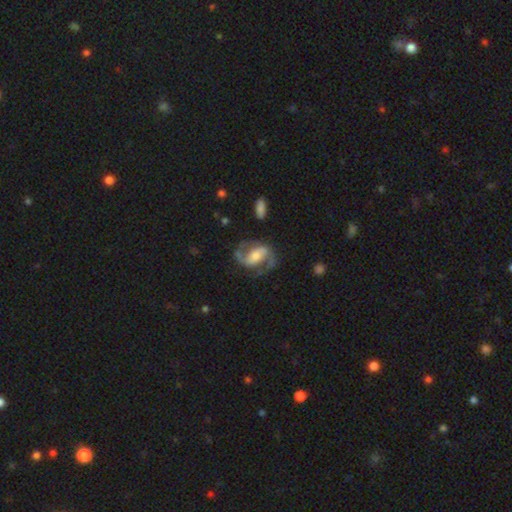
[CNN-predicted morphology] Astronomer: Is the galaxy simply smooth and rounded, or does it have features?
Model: featured or disk — 85%.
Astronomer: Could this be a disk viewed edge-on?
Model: no — 97%.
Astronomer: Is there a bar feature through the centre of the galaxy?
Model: strong — 38% (runner-up: weak, 37%).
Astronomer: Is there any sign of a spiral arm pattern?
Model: yes — 95%.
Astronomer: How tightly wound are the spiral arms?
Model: medium — 54% (runner-up: loose, 30%).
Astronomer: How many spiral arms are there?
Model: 2 — 92%.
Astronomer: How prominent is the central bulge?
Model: moderate — 50% (runner-up: small, 32%).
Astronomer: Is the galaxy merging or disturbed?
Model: none — 71%.